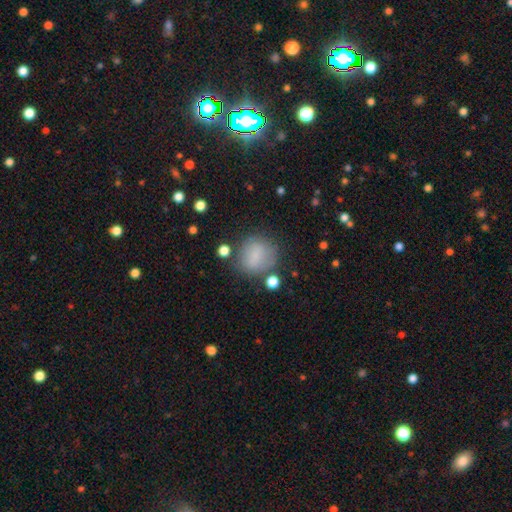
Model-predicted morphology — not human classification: A smooth galaxy with no disk features (77%) that is round (82%).

Vote fractions:
- Smooth or featured? smooth: 77% / featured or disk: 12% / star or artifact: 11%
- How rounded? round: 82% / in between: 16% / cigar-shaped: 1%
- Merging? none: 72% / minor disturbance: 16% / major disturbance: 7% / merger: 5%